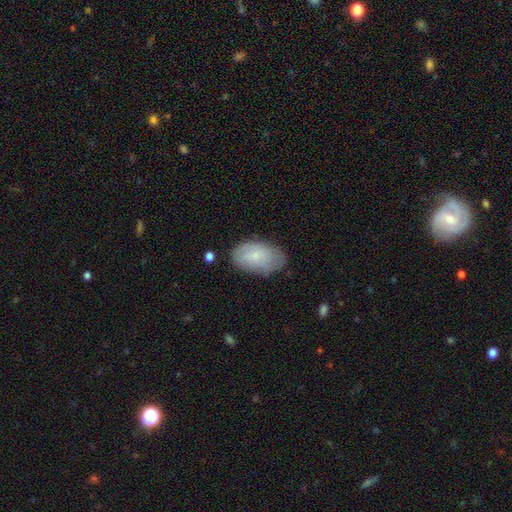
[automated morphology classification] smooth 68%, featured or disk 26%, star or artifact 7%. Down the decision tree: how rounded — in between (93%); merging — none (72%).